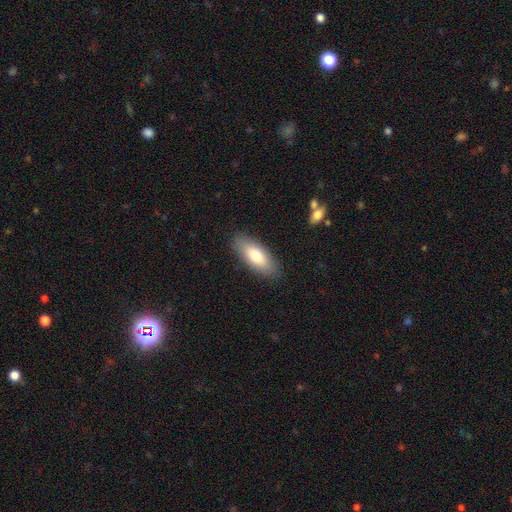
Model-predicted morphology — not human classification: Overall: smooth (78%). How rounded: in between (78%). Merging: none (87%).